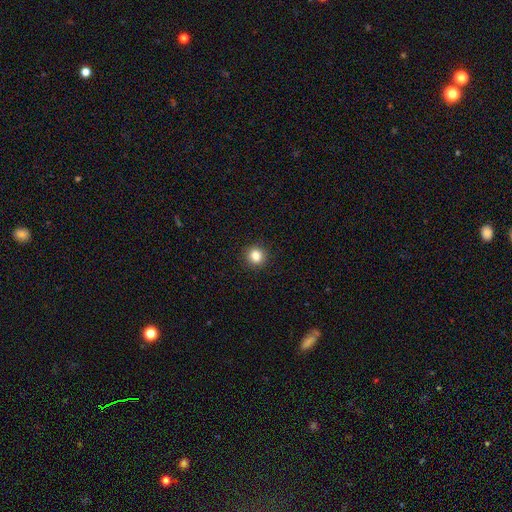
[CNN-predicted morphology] This appears to be a smooth galaxy with no disk features (85%) that is round (89%). Merging: none (92%).